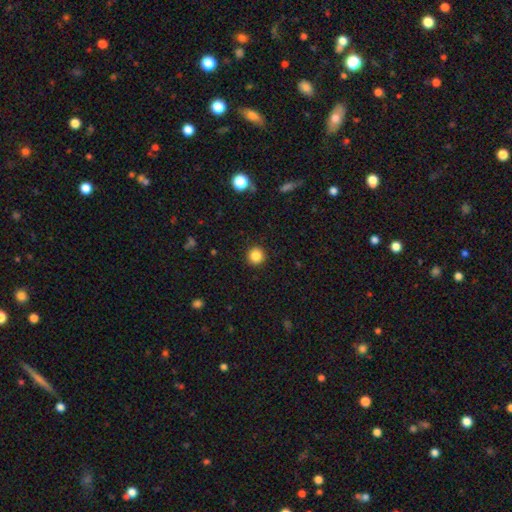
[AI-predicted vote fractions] This appears to be a smooth galaxy with no disk features (85%) that is round (95%). Merging: none (93%).